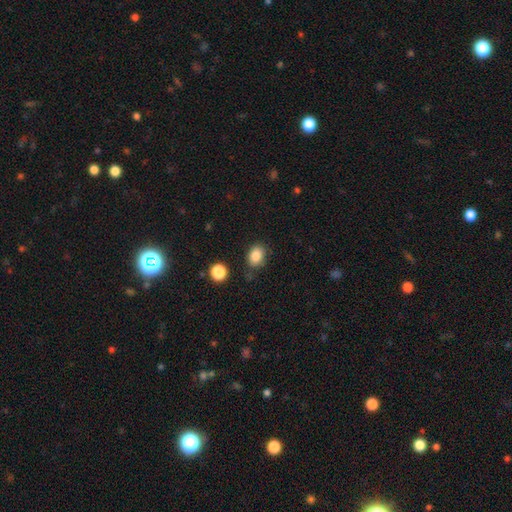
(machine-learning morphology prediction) A smooth galaxy with no disk features (85%) that is in between round and cigar-shaped (65%). Merging: none (75%).